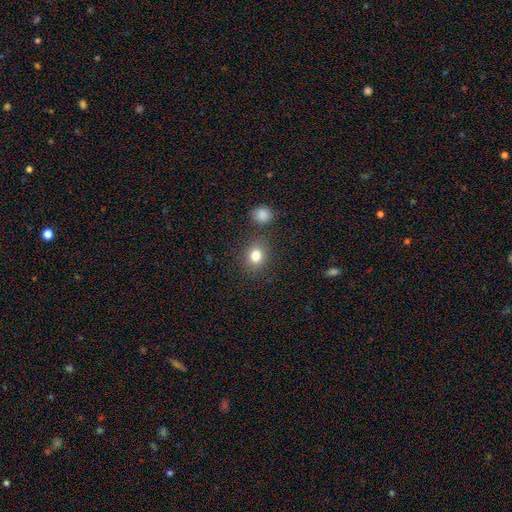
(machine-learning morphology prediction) Overall: smooth (80%). How rounded: round (64%; in between 35%). Merging: none (81%).